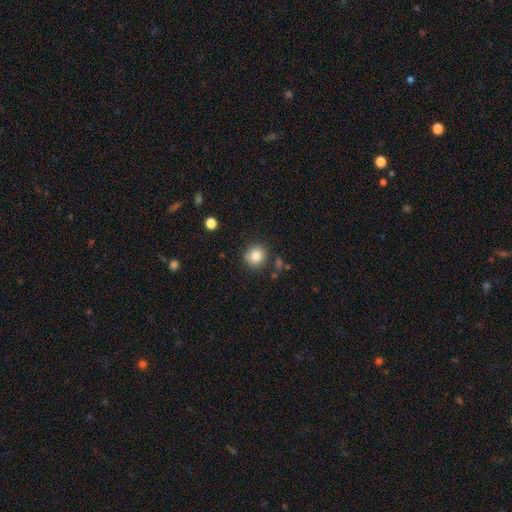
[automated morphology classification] Smooth or featured: smooth — 84% (star or artifact — 10%)
How rounded: round — 86% (in between — 13%)
Merging: none — 84% (minor disturbance — 10%)